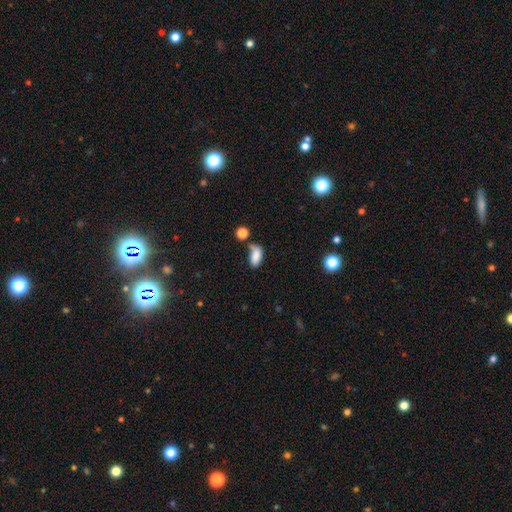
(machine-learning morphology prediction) This appears to be a smooth galaxy with no disk features (82%) that is in between round and cigar-shaped (89%). Merging: none (43%).